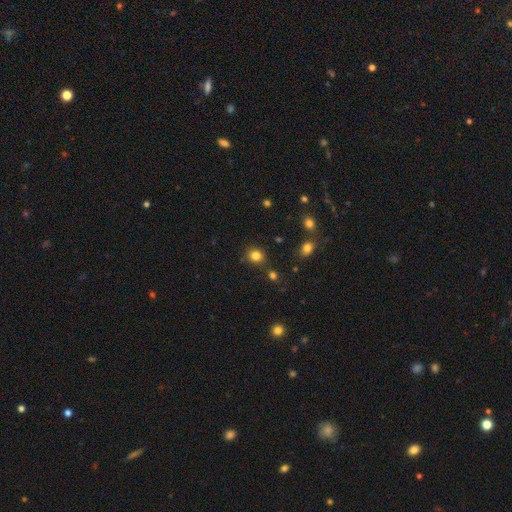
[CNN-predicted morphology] Smooth or featured? smooth (82%)
How rounded? round (84%)
Merging? none (83%)